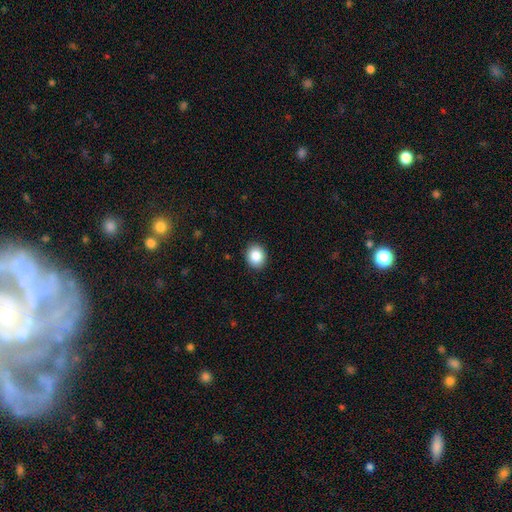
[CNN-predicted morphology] Overall: smooth (86%). How rounded: round (66%; in between 33%). Merging: none (91%).